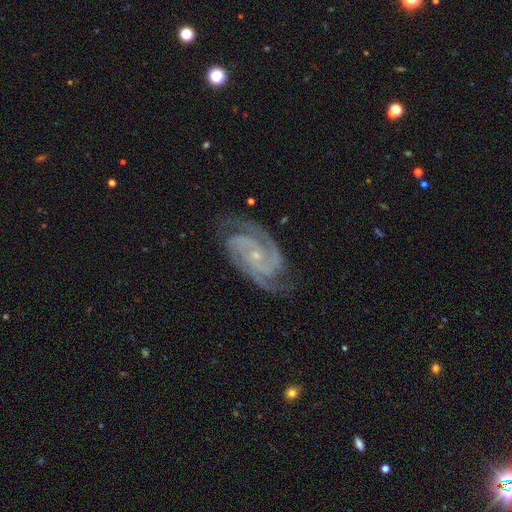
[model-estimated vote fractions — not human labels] Smooth or featured? Predicted: featured or disk (p=0.92). Edge-on disk? Predicted: no (p=0.97). Bar? Predicted: no (p=0.64). Spiral arms? Predicted: yes (p=0.99). Spiral winding? Predicted: tight (p=0.61). Spiral arm count? Predicted: 2 (p=0.52). Bulge size? Predicted: small (p=0.81). Merging? Predicted: none (p=0.79).